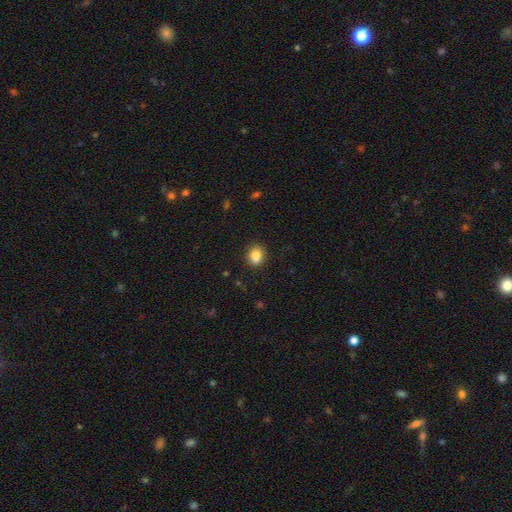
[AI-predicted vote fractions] A smooth galaxy with no disk features (82%) that is round (51%). Merging: none (71%).